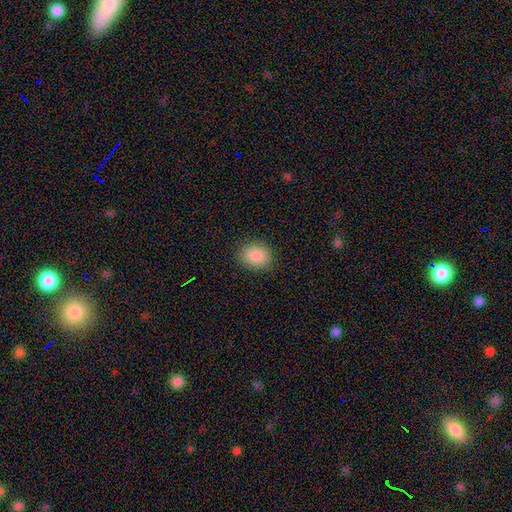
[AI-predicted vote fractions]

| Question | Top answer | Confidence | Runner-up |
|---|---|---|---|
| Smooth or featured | smooth | 87% | star or artifact (8%) |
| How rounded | round | 57% | in between (42%) |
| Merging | none | 88% | minor disturbance (9%) |